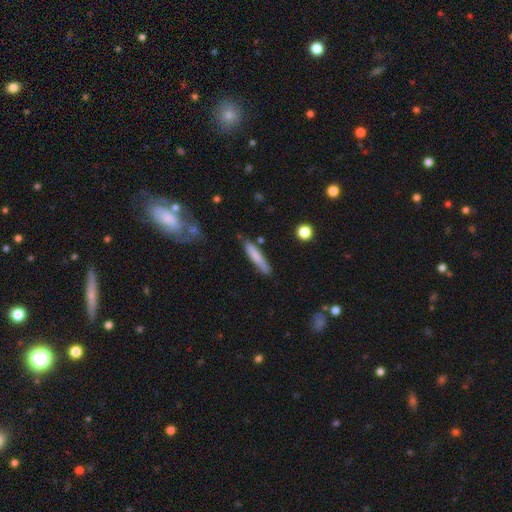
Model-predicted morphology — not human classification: The model was most divided on "smooth or featured": smooth: 75%, featured or disk: 19%, star or artifact: 6%. More confident: how rounded — cigar-shaped (90%); merging — none (79%).